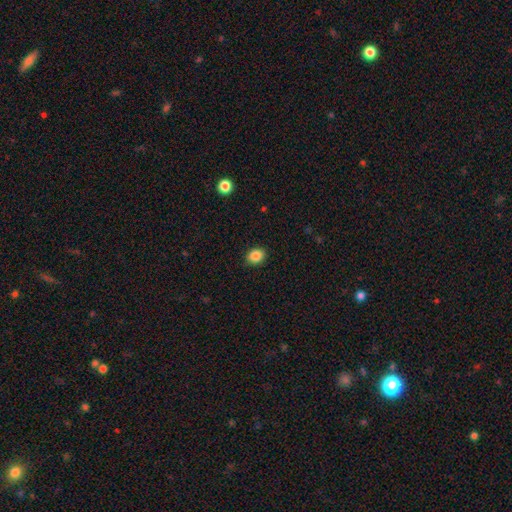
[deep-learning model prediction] This is clearly a smooth galaxy (86%). How rounded: possibly in between (53%). Merging: clearly none (88%).